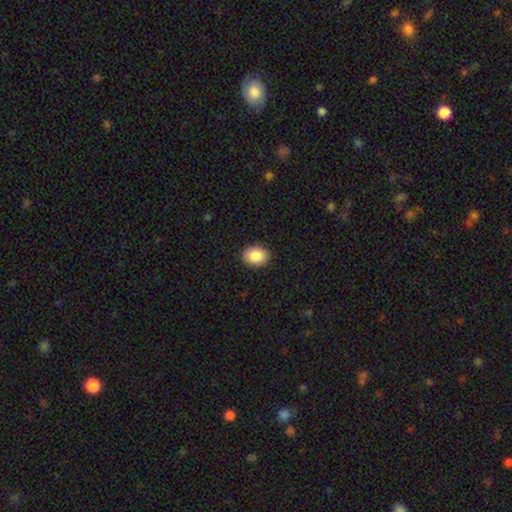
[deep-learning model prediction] smooth 87%, star or artifact 8%, featured or disk 5%. Down the decision tree: how rounded — in between (58%); merging — none (91%).